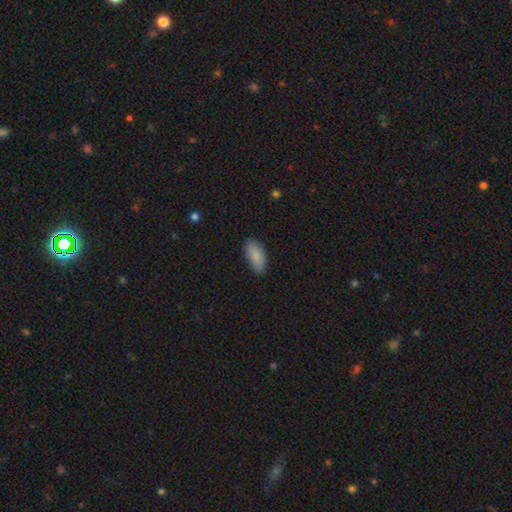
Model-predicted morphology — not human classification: The model was most divided on "merging": none: 85%, minor disturbance: 12%, major disturbance: 2%, merger: 1%. More confident: how rounded — in between (89%); smooth or featured — smooth (88%).